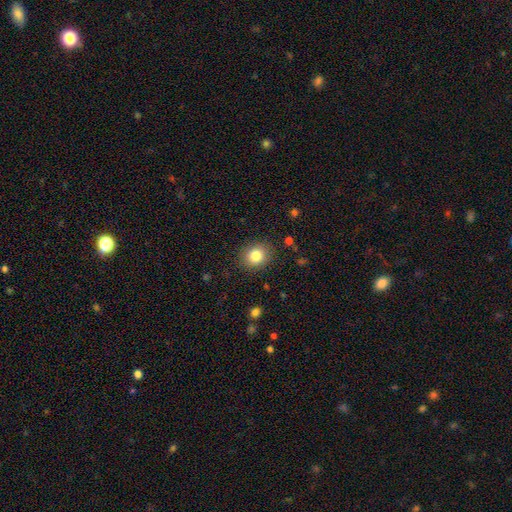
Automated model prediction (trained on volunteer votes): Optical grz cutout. It shows a smooth galaxy with no disk features (82%) that is round (70%). Merging: none (87%).